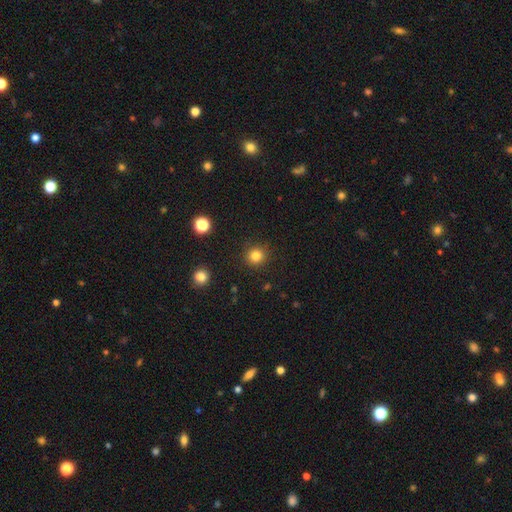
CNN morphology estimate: smooth-or-featured: smooth: 83% | star or artifact: 12% | featured or disk: 5%
  how-rounded: round: 93% | in between: 6% | cigar-shaped: 1%
  merging: none: 89% | minor disturbance: 7% | major disturbance: 2% | merger: 1%